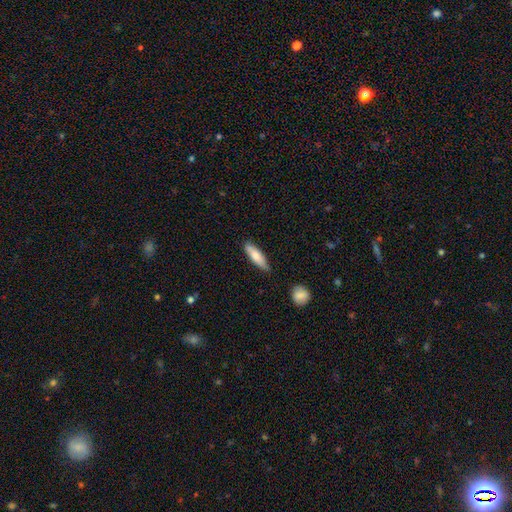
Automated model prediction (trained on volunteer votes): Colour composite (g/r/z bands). It shows a smooth galaxy with no disk features (75%) that is cigar-shaped (65%). Merging: none (78%).